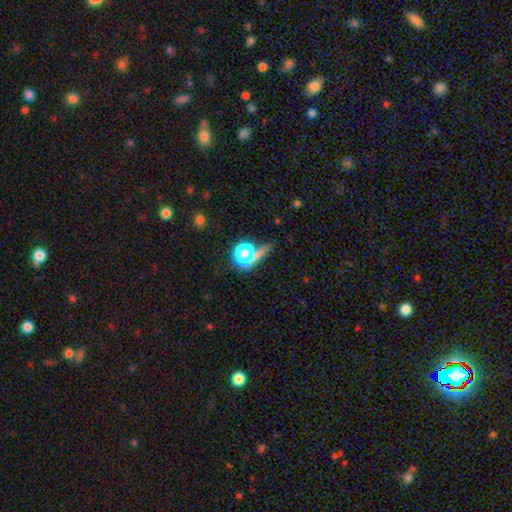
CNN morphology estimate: The model was most divided on "merging": none: 46%, major disturbance: 26%, minor disturbance: 17%, merger: 11%. More confident: how rounded — round (66%); smooth or featured — smooth (55%).